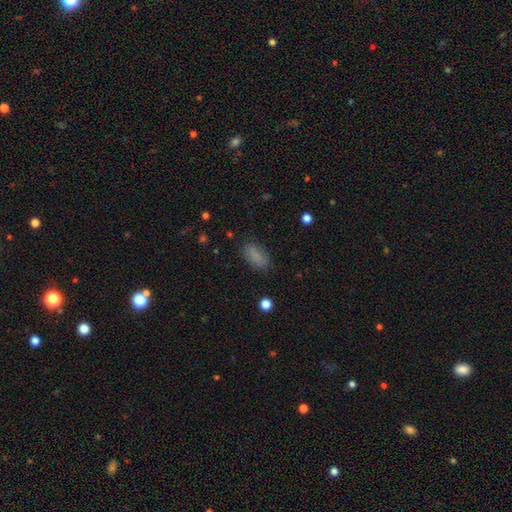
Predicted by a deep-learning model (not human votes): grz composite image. It shows a smooth galaxy with no disk features (84%) that is in between round and cigar-shaped (82%). Merging: none (83%).